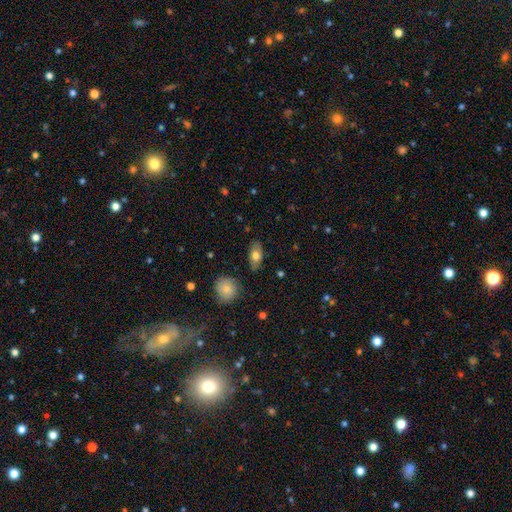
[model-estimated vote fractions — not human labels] A smooth galaxy with no disk features (73%) that is in between round and cigar-shaped (88%).

Vote fractions:
- Smooth or featured? smooth: 73% / featured or disk: 20% / star or artifact: 7%
- How rounded? in between: 88% / round: 6% / cigar-shaped: 6%
- Merging? none: 85% / minor disturbance: 11% / major disturbance: 2% / merger: 2%